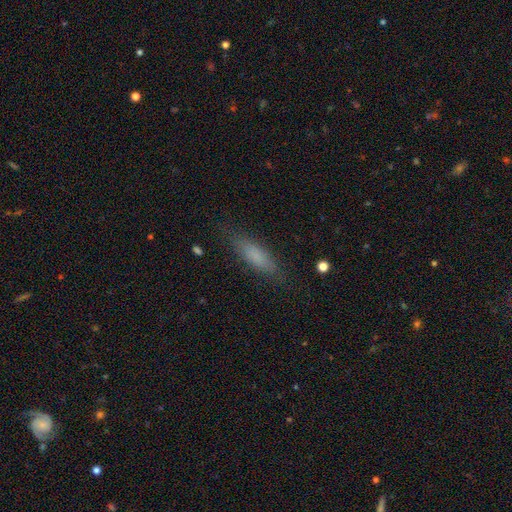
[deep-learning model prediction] A smooth galaxy with no disk features (76%) that is cigar-shaped (56%). Merging: none (80%).